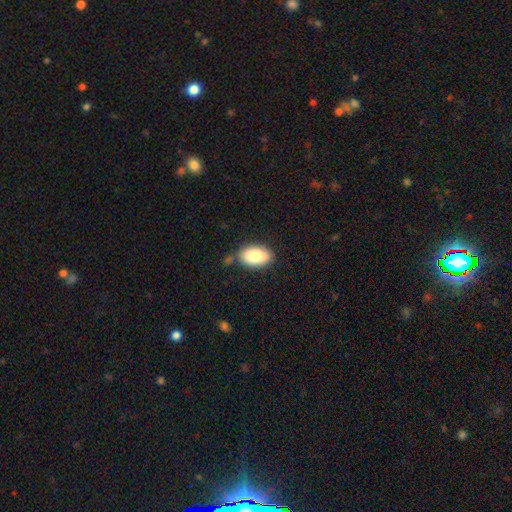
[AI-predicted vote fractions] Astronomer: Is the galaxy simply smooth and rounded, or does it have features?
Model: smooth — 85%.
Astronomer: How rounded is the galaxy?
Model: in between — 93%.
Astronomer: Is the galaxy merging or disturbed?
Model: none — 77%.